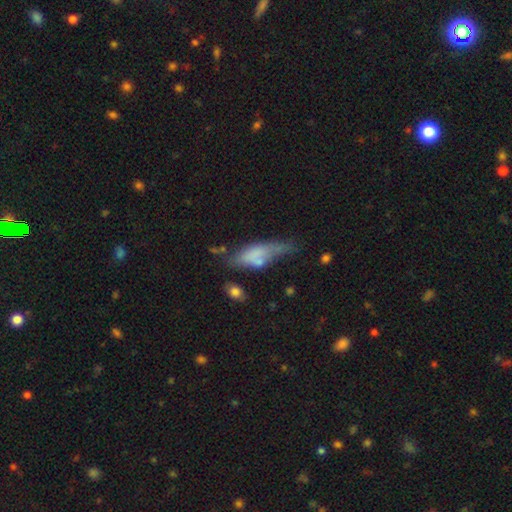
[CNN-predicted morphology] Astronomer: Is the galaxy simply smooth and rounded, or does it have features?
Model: smooth — 60%.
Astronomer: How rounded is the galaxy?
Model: in between — 65%.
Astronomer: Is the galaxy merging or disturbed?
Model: minor disturbance — 30%, tied with none at 30%.